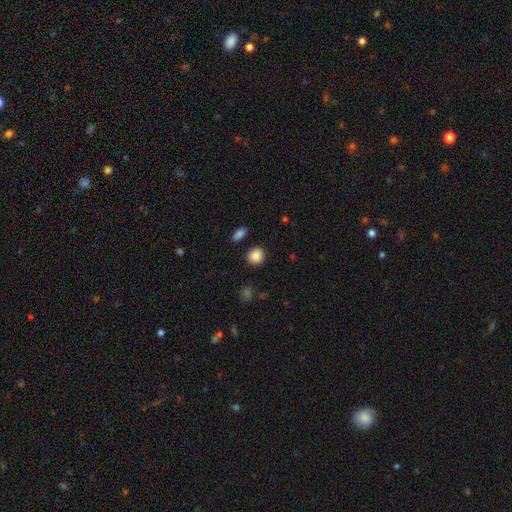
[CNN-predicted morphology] Smooth or featured? Predicted: smooth (p=0.88). How rounded? Predicted: round (p=0.83). Merging? Predicted: none (p=0.87).